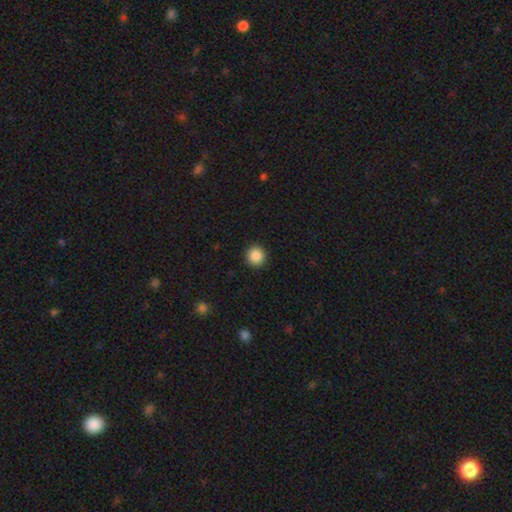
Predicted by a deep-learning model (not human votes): Morphology: type=smooth (87%); roundness=round (92%); merging=none (92%).